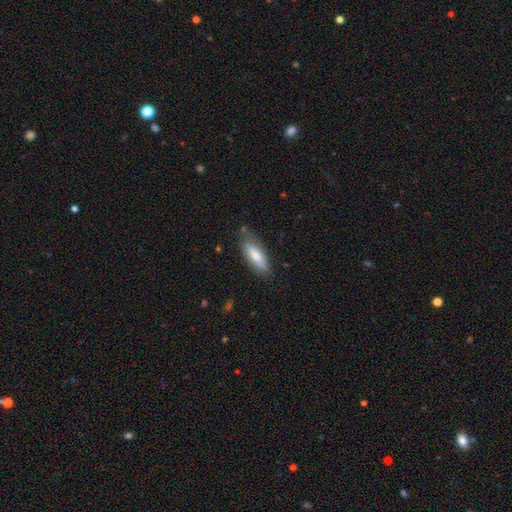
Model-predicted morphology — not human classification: Overall: smooth (74%). How rounded: in between (57%; cigar-shaped 41%). Merging: none (76%).